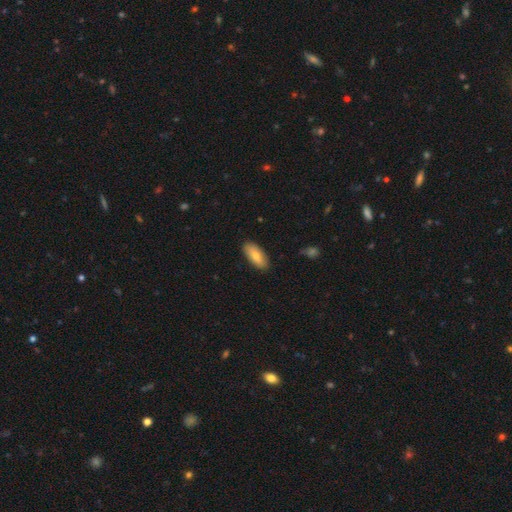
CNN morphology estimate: A smooth galaxy with no disk features (76%) that is in between round and cigar-shaped (84%).

Vote fractions:
- Smooth or featured? smooth: 76% / featured or disk: 18% / star or artifact: 6%
- How rounded? in between: 84% / cigar-shaped: 14% / round: 2%
- Merging? none: 86% / minor disturbance: 11% / major disturbance: 2% / merger: 1%